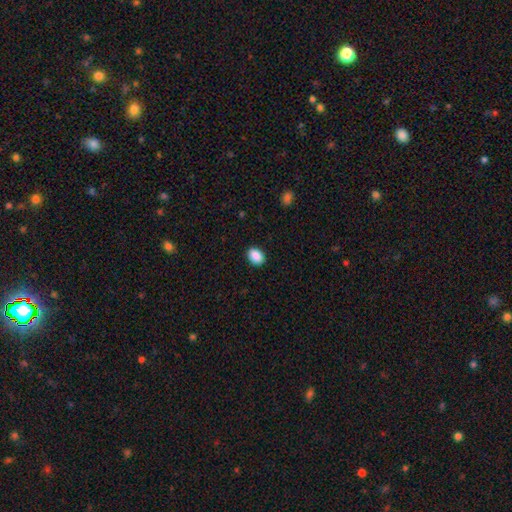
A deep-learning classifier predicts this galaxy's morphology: This is clearly a smooth galaxy (90%). How rounded: likely in between (78%). Merging: clearly none (90%).